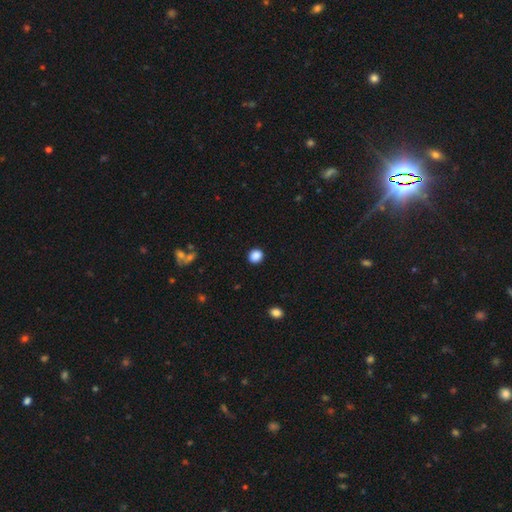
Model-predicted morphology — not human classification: This is clearly a smooth galaxy (88%). How rounded: clearly round (80%). Merging: clearly none (91%).